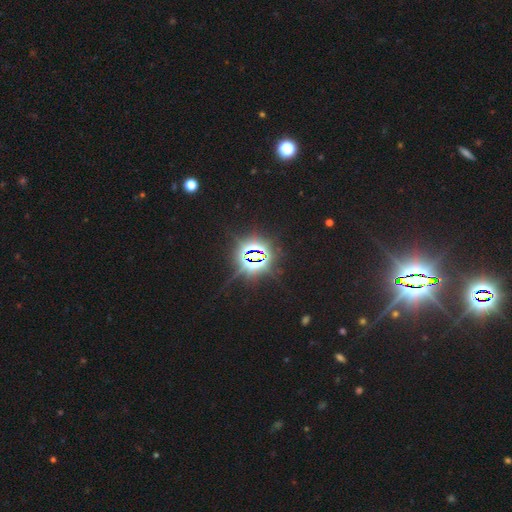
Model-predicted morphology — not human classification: Smooth or featured? Predicted: star or artifact (p=0.85).